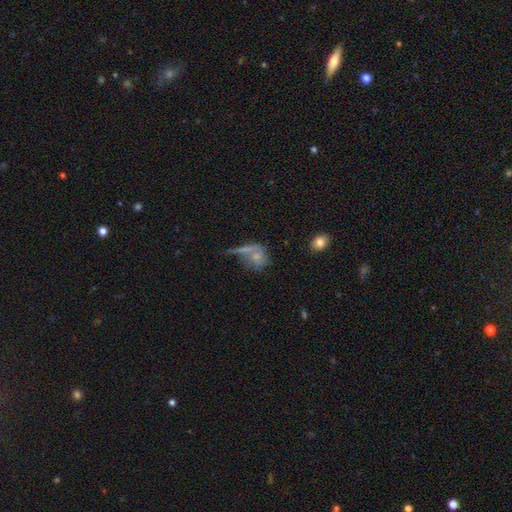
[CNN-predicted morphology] A smooth galaxy with no disk features (61%) that is round (58%).

Vote fractions:
- Smooth or featured? smooth: 61% / featured or disk: 27% / star or artifact: 13%
- How rounded? round: 58% / in between: 37% / cigar-shaped: 5%
- Merging? none: 39% / merger: 26% / major disturbance: 18% / minor disturbance: 17%